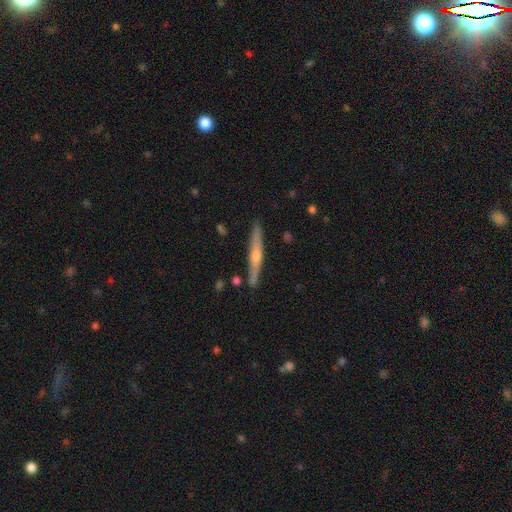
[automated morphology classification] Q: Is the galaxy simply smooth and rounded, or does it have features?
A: featured or disk — 65%.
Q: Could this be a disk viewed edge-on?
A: yes — 97%.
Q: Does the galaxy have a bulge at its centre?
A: rounded — 81%.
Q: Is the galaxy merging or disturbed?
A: none — 87%.